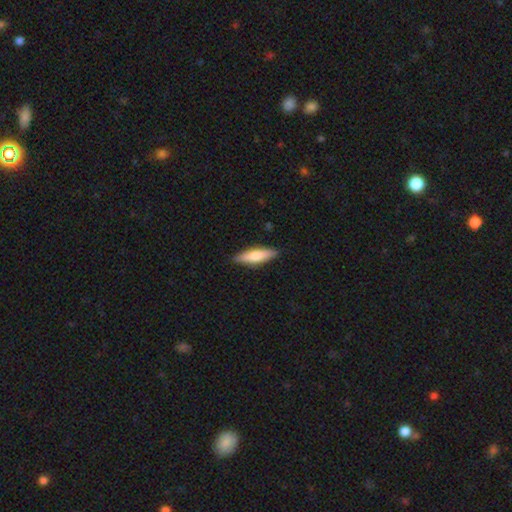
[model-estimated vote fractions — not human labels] A smooth galaxy with no disk features (69%) that is cigar-shaped (64%).

Vote fractions:
- Smooth or featured? smooth: 69% / featured or disk: 26% / star or artifact: 5%
- How rounded? cigar-shaped: 64% / in between: 34% / round: 2%
- Merging? none: 87% / minor disturbance: 10% / major disturbance: 2% / merger: 1%